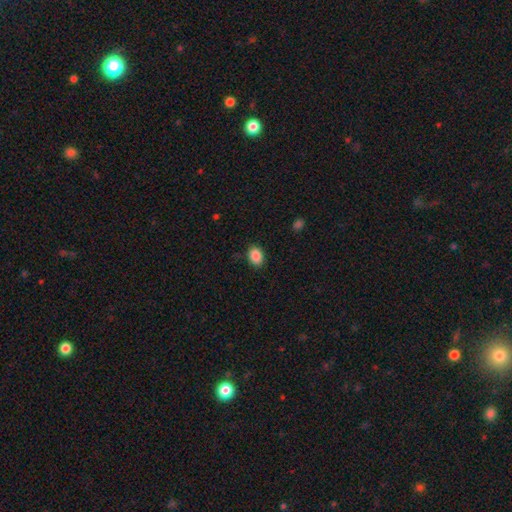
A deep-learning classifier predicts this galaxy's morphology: smooth_or_featured: smooth (p=0.88) [alt: star or artifact p=0.08]
how_rounded: in between (p=0.74) [alt: round p=0.25]
merging: none (p=0.86) [alt: minor disturbance p=0.10]